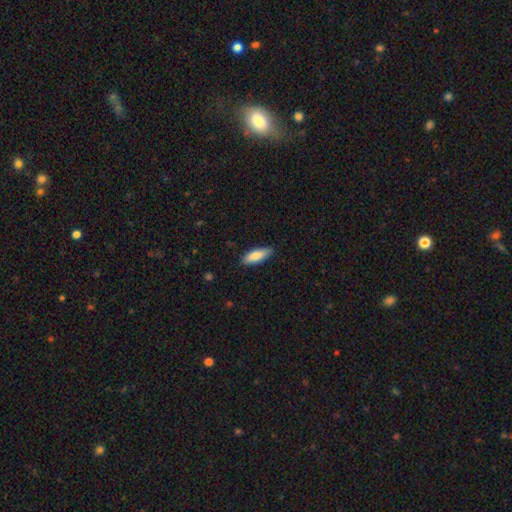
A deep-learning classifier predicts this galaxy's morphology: smooth 83%, featured or disk 11%, star or artifact 6%. Down the decision tree: how rounded — in between (65%); merging — none (84%).